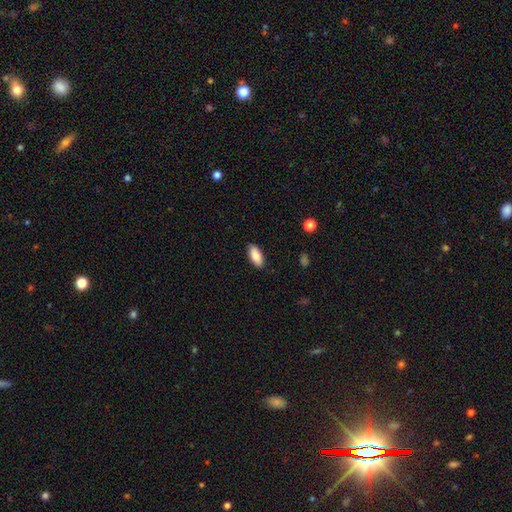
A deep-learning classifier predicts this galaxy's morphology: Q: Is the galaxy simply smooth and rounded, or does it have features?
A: smooth — 86%.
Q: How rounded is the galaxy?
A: in between — 88%.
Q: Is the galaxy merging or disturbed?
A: none — 88%.